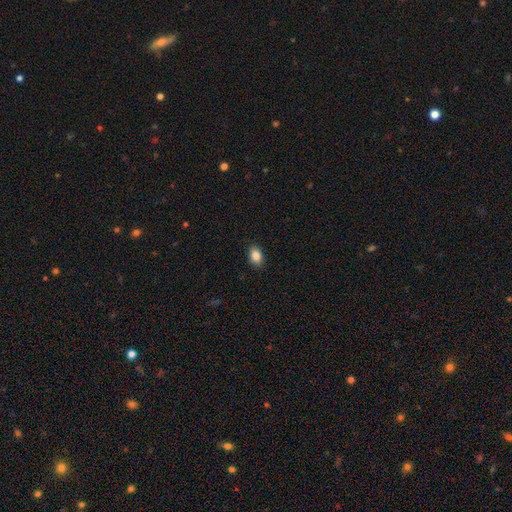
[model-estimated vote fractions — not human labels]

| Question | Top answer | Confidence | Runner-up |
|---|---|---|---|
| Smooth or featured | smooth | 87% | star or artifact (8%) |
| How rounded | in between | 84% | round (15%) |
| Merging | none | 88% | minor disturbance (9%) |